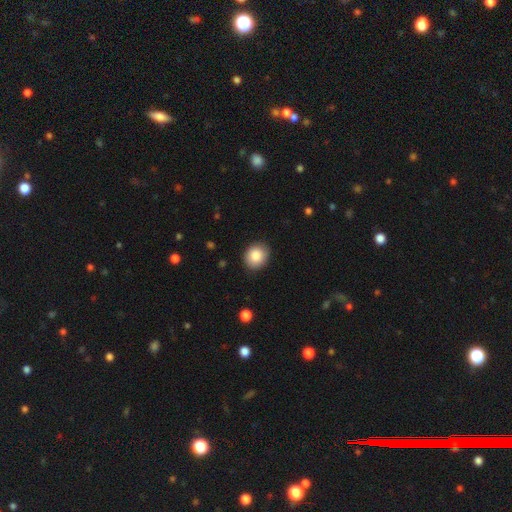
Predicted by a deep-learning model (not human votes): Morphology: type=smooth (86%); roundness=round (67%); merging=none (87%).